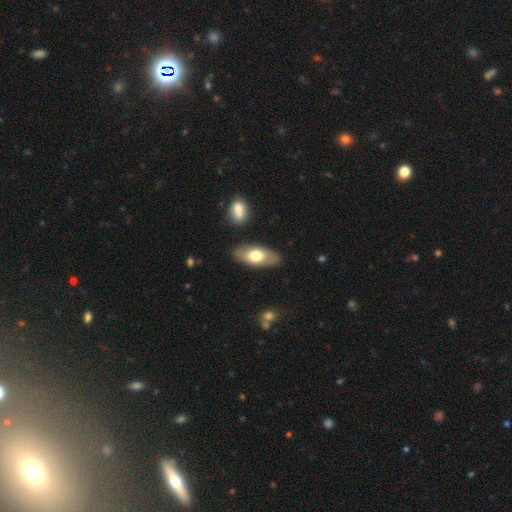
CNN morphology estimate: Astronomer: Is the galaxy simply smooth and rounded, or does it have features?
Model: smooth — 65%.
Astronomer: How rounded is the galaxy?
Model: in between — 88%.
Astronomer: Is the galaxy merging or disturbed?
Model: none — 84%.